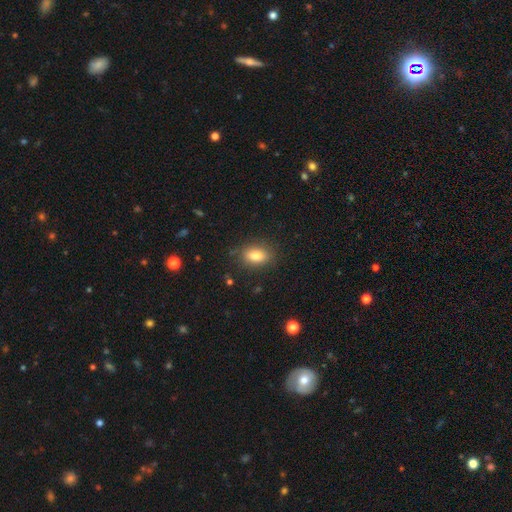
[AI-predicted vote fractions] A smooth galaxy with no disk features (82%) that is in between round and cigar-shaped (82%). Merging: none (85%).